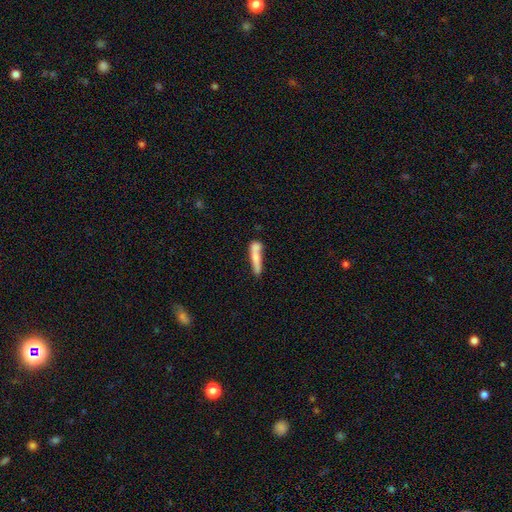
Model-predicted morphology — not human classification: Q: Smooth or featured?
A: smooth (67%); runner-up: featured or disk (26%)
Q: How rounded?
A: cigar-shaped (83%); runner-up: in between (15%)
Q: Merging?
A: none (48%); runner-up: merger (24%)